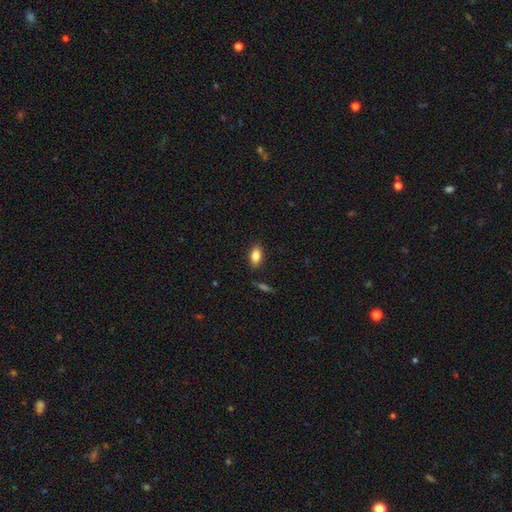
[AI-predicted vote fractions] smooth-or-featured: smooth: 84% | featured or disk: 9% | star or artifact: 8%
  how-rounded: in between: 90% | cigar-shaped: 5% | round: 5%
  merging: none: 85% | minor disturbance: 11% | major disturbance: 2% | merger: 2%